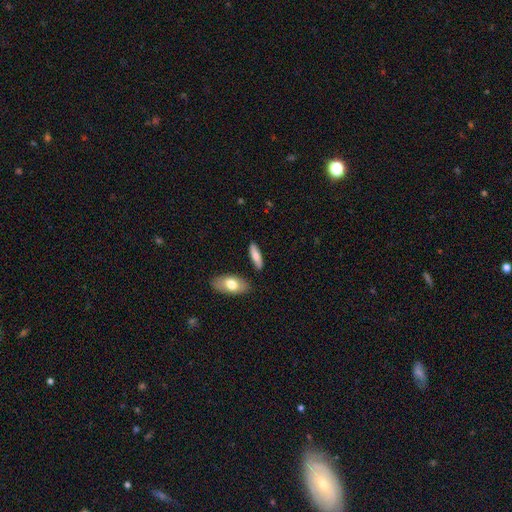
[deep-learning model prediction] smooth_or_featured: smooth (p=0.71) [alt: featured or disk p=0.23]
how_rounded: cigar-shaped (p=0.53) [alt: in between p=0.45]
merging: none (p=0.84) [alt: minor disturbance p=0.10]